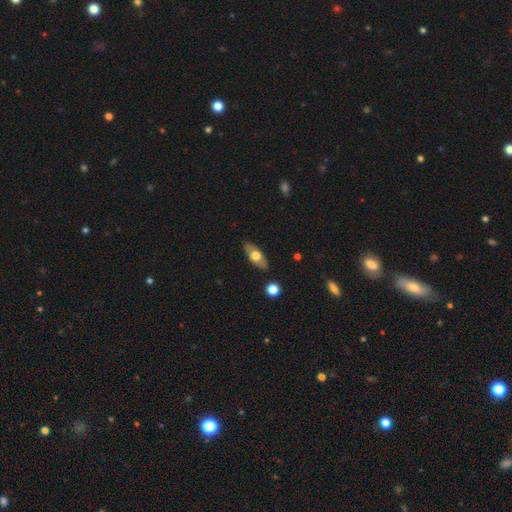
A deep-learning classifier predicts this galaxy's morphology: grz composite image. It shows a smooth galaxy with no disk features (59%) that is in between round and cigar-shaped (82%). Merging: none (86%).